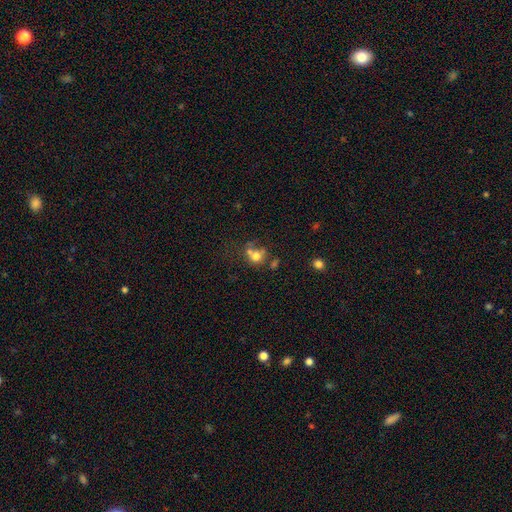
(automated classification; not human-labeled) This appears to be a smooth galaxy with no disk features (68%) that is round (71%). Merging: merger (41%).